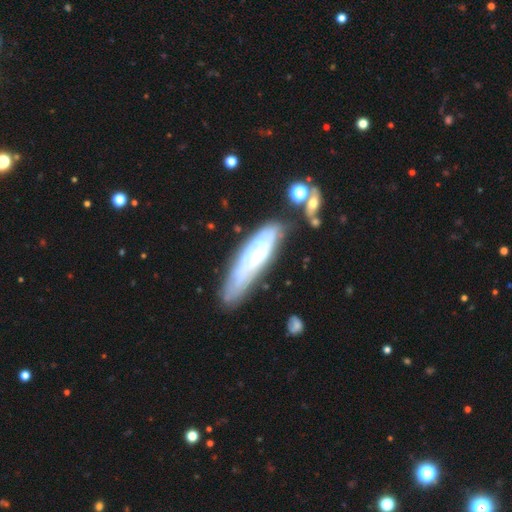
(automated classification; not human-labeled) Smooth or featured?
  - featured or disk: 67% *
  - smooth: 26%
  - star or artifact: 8%
Edge-on disk?
  - no: 67% *
  - yes: 33%
Merging?
  - none: 65% *
  - minor disturbance: 21%
  - major disturbance: 8%
  - merger: 6%